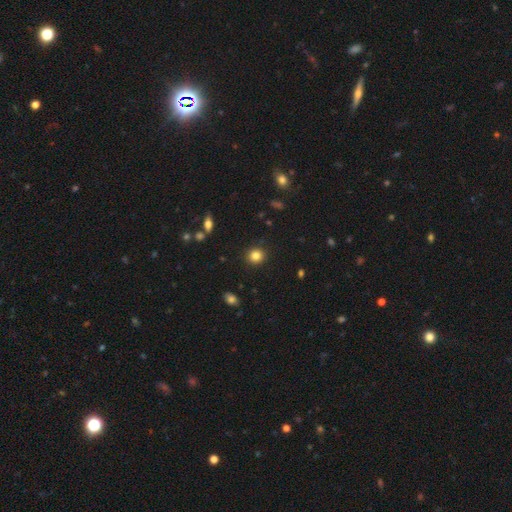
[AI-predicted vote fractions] A smooth galaxy with no disk features (84%) that is round (87%). Merging: none (91%).